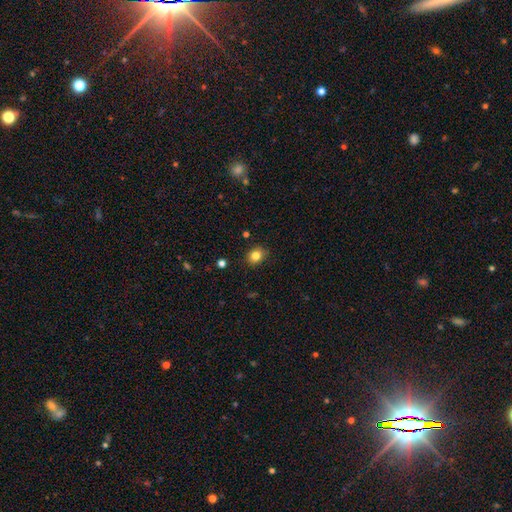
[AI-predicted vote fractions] A smooth galaxy with no disk features (82%) that is round (62%). Merging: none (85%).